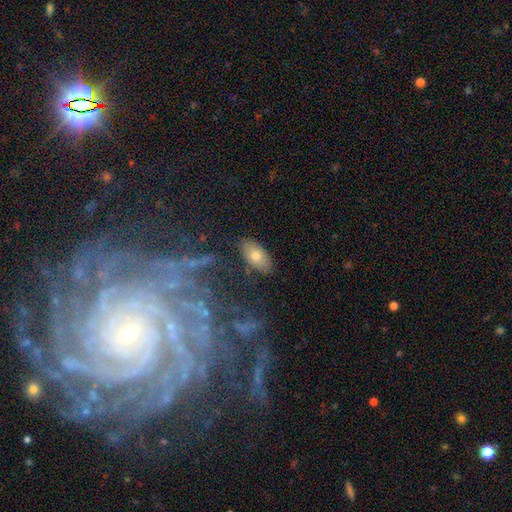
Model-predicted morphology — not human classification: A smooth galaxy with no disk features (71%) that is in between round and cigar-shaped (92%).

Vote fractions:
- Smooth or featured? smooth: 71% / featured or disk: 20% / star or artifact: 9%
- How rounded? in between: 92% / round: 4% / cigar-shaped: 4%
- Merging? none: 82% / minor disturbance: 12% / major disturbance: 3% / merger: 2%